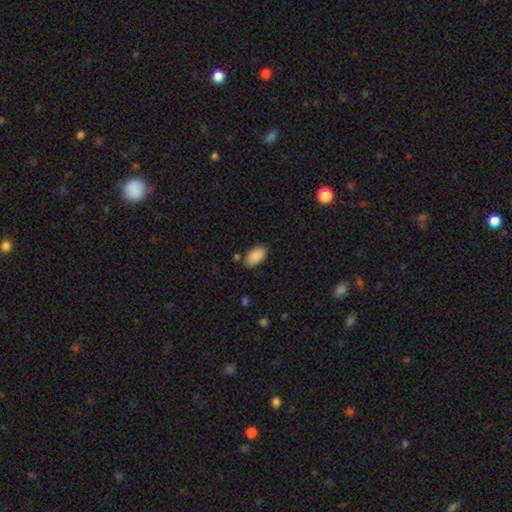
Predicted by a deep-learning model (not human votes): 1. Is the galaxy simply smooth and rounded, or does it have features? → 89% smooth, 7% star or artifact, 4% featured or disk.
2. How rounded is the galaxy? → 94% in between, 3% round, 2% cigar-shaped.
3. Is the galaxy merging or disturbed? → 80% none, 13% minor disturbance, 4% merger, 3% major disturbance.